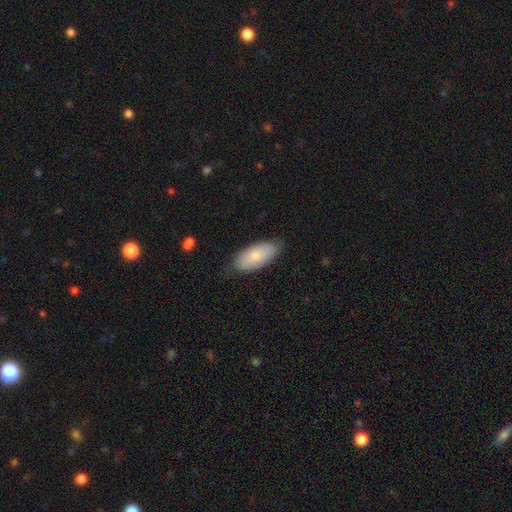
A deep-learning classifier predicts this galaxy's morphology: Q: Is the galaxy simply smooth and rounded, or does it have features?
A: smooth — 79%.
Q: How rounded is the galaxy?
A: in between — 90%.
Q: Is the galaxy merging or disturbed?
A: none — 77%.